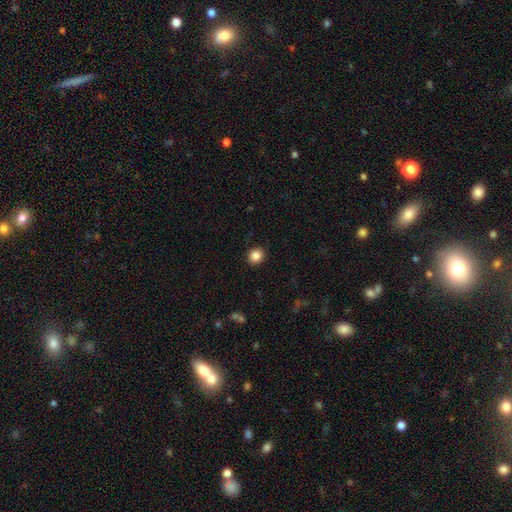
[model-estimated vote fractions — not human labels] smooth-or-featured: smooth: 86% | star or artifact: 10% | featured or disk: 4%
  how-rounded: round: 75% | in between: 24% | cigar-shaped: 1%
  merging: none: 90% | minor disturbance: 7% | major disturbance: 2% | merger: 1%